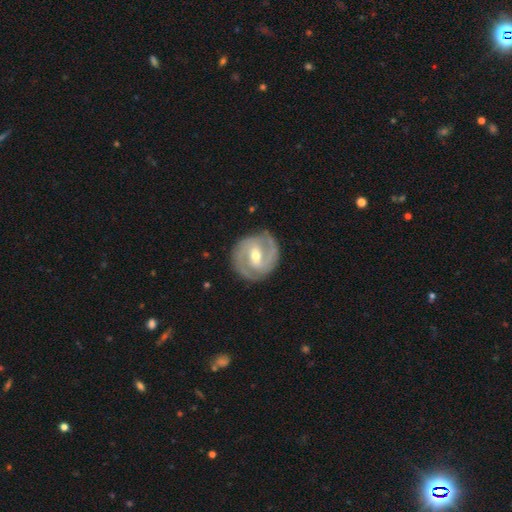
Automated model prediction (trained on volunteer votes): Q: Smooth or featured?
A: featured or disk (88%); runner-up: smooth (8%)
Q: Edge-on disk?
A: no (98%); runner-up: yes (2%)
Q: Bar?
A: weak (47%); runner-up: strong (36%)
Q: Spiral arms?
A: yes (96%); runner-up: no (4%)
Q: Spiral winding?
A: tight (53%); runner-up: medium (39%)
Q: Spiral arm count?
A: 2 (84%); runner-up: 3 (6%)
Q: Bulge size?
A: moderate (60%); runner-up: small (36%)
Q: Merging?
A: none (85%); runner-up: minor disturbance (11%)